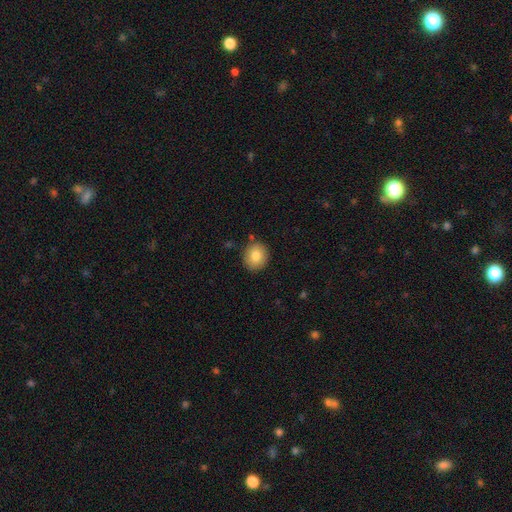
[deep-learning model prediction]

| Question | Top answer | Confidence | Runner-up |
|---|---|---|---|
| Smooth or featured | smooth | 82% | featured or disk (10%) |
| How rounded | round | 79% | in between (20%) |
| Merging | none | 86% | minor disturbance (9%) |